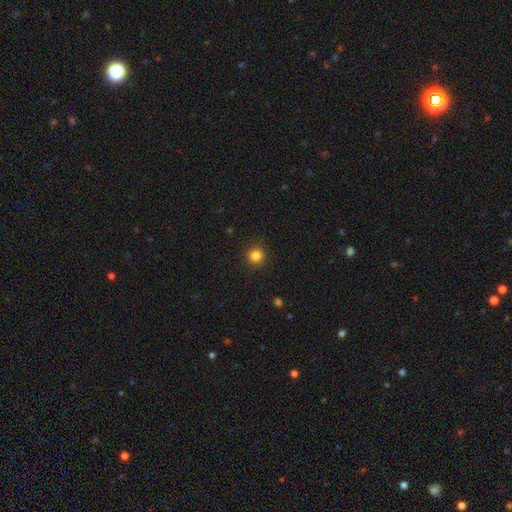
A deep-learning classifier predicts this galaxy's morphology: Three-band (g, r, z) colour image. It shows a smooth galaxy with no disk features (83%) that is round (94%). Merging: none (91%).